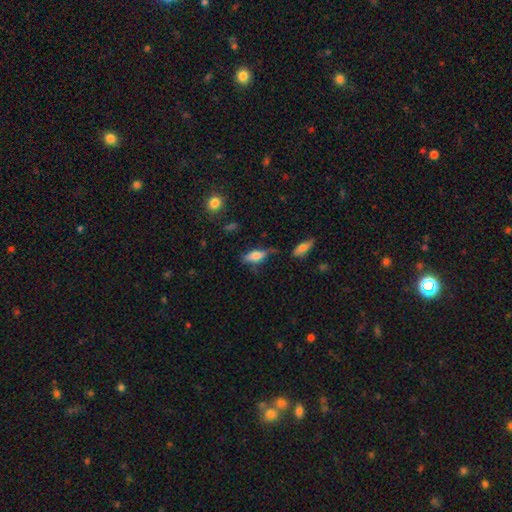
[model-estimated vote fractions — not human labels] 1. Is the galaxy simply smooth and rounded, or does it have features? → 65% smooth, 27% featured or disk, 8% star or artifact.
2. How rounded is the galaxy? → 70% in between, 27% cigar-shaped, 3% round.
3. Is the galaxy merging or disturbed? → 57% none, 27% minor disturbance, 9% major disturbance, 7% merger.